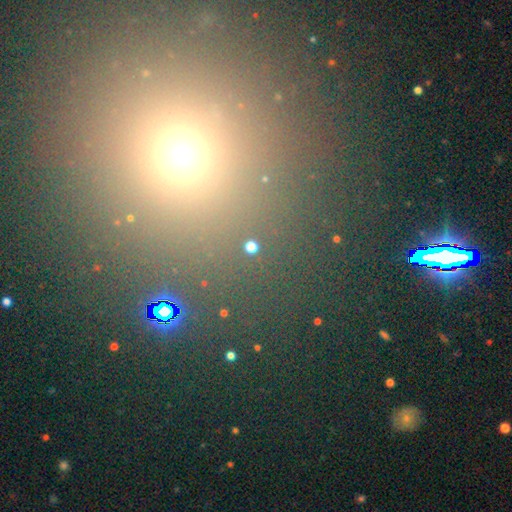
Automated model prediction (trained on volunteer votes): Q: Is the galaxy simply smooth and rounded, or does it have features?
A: smooth — 51%.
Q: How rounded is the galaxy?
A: round — 90%.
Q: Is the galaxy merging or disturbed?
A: none — 87%.